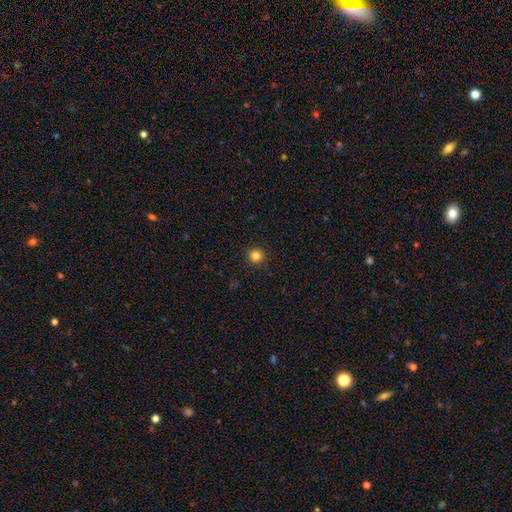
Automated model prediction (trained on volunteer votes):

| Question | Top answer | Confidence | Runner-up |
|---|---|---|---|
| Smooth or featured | smooth | 83% | star or artifact (13%) |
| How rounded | round | 96% | in between (3%) |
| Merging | none | 92% | minor disturbance (5%) |